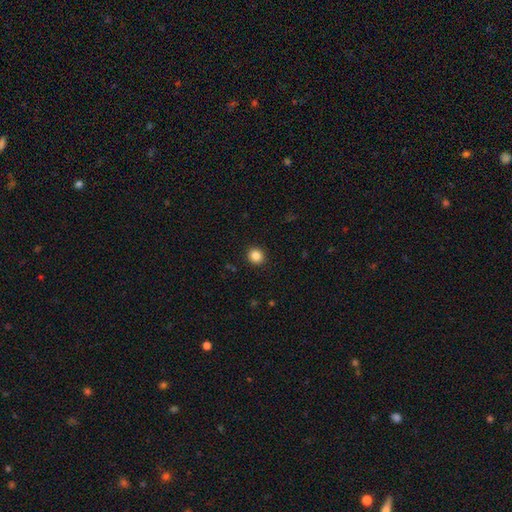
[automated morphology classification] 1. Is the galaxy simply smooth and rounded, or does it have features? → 86% smooth, 10% star or artifact, 4% featured or disk.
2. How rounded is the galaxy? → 86% round, 13% in between, 1% cigar-shaped.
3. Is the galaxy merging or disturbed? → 92% none, 5% minor disturbance, 2% major disturbance, 1% merger.